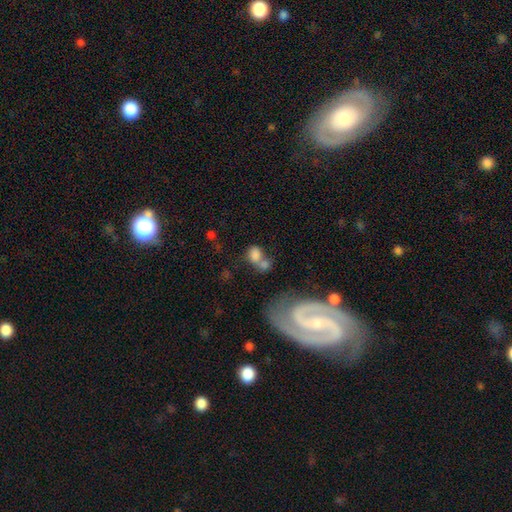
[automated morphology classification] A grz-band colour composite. It shows a smooth galaxy with no disk features (73%) that is in between round and cigar-shaped (61%). Merging: merger (50%).